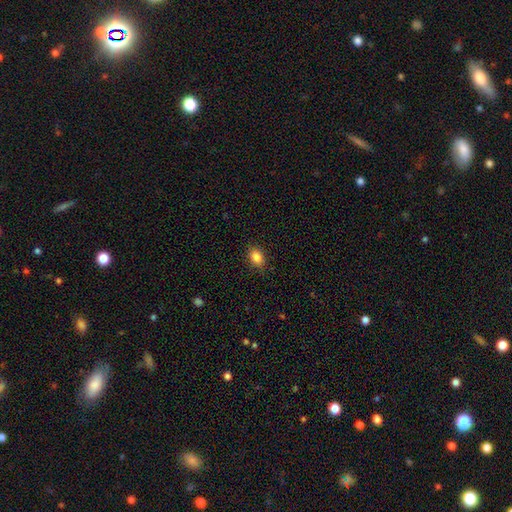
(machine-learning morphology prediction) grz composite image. It shows a smooth galaxy with no disk features (86%) that is in between round and cigar-shaped (72%). Merging: none (85%).